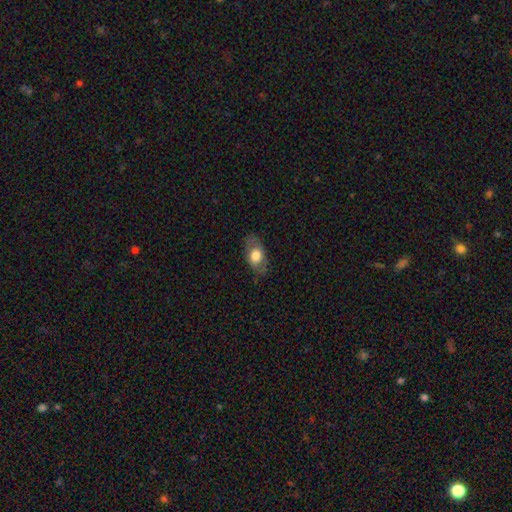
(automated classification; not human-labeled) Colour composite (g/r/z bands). It shows a smooth galaxy with no disk features (64%) that is in between round and cigar-shaped (86%). Merging: none (77%).